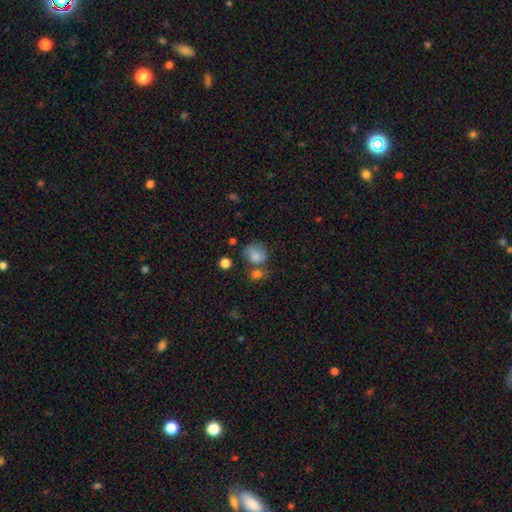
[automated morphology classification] smooth_or_featured: smooth (p=0.78) [alt: featured or disk p=0.12]
how_rounded: round (p=0.63) [alt: in between p=0.36]
merging: none (p=0.40) [alt: merger p=0.27]